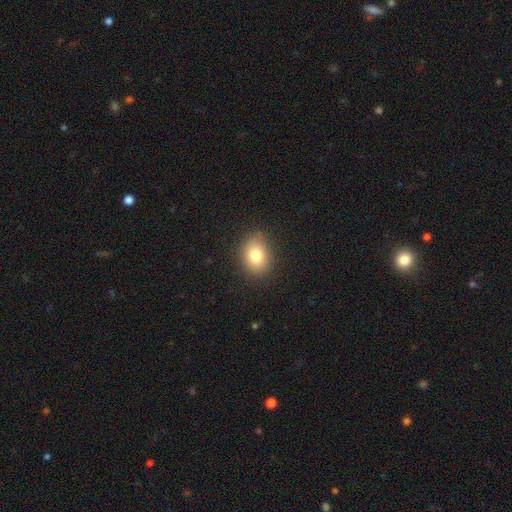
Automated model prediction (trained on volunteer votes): Morphology: type=smooth (79%); roundness=in between (59%); merging=none (85%).